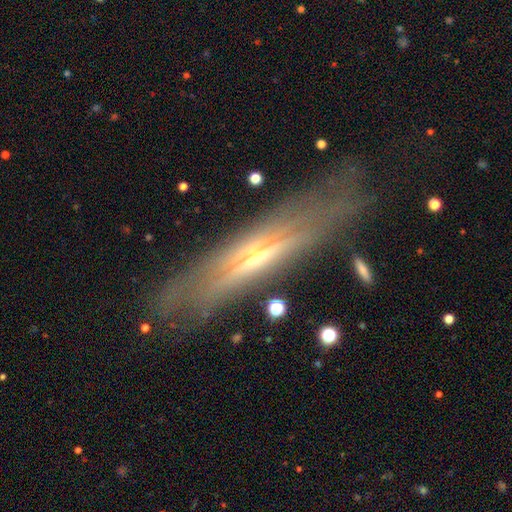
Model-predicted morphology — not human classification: A featured or disk galaxy (78%) viewed edge-on (88%) with a rounded central bulge (81%). Merging: none (66%).